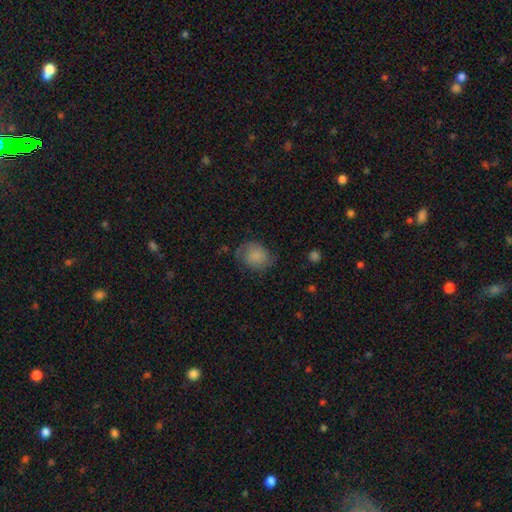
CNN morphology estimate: Q: Smooth or featured?
A: smooth (62%); runner-up: featured or disk (29%)
Q: How rounded?
A: round (61%); runner-up: in between (39%)
Q: Merging?
A: none (62%); runner-up: minor disturbance (25%)